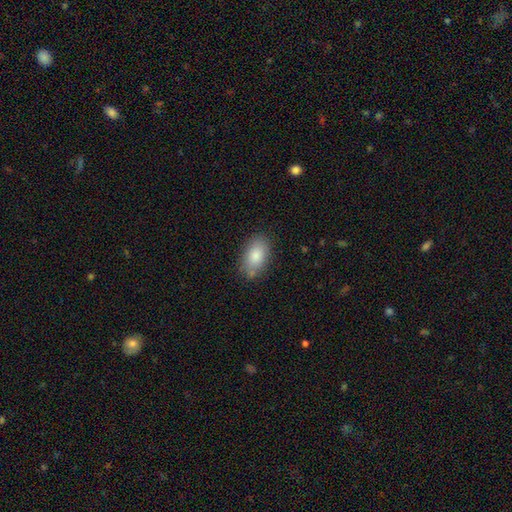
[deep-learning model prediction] smooth 84%, featured or disk 9%, star or artifact 7%. Down the decision tree: how rounded — in between (92%); merging — none (78%).